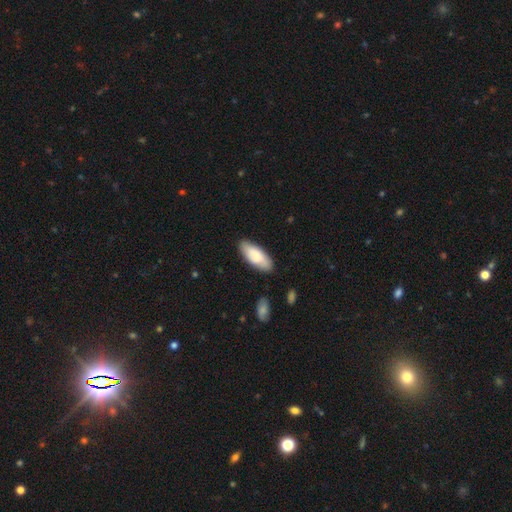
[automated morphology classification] This appears to be a smooth galaxy with no disk features (80%) that is in between round and cigar-shaped (79%). Merging: none (82%).